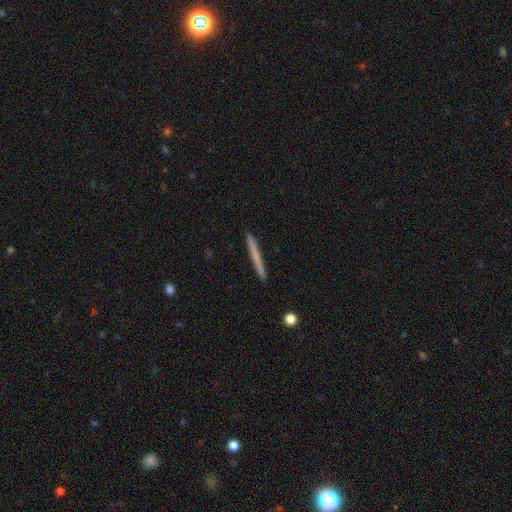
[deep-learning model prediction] The model was most divided on "smooth or featured": smooth: 61%, featured or disk: 33%, star or artifact: 6%. More confident: how rounded — cigar-shaped (97%); merging — none (93%).